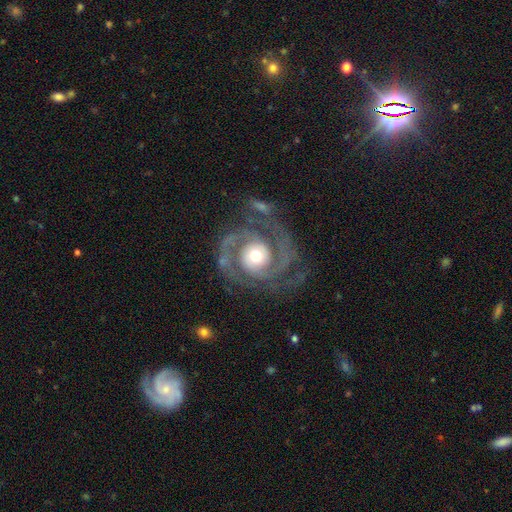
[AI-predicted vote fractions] Overall: featured or disk (90%). Edge-on disk: no (98%). Bar: no (71%). Spiral arms: yes (97%). Spiral arm count: 2 (74%). Spiral winding: tight (51%; medium 39%). Bulge size: moderate (67%). Merging: none (70%).